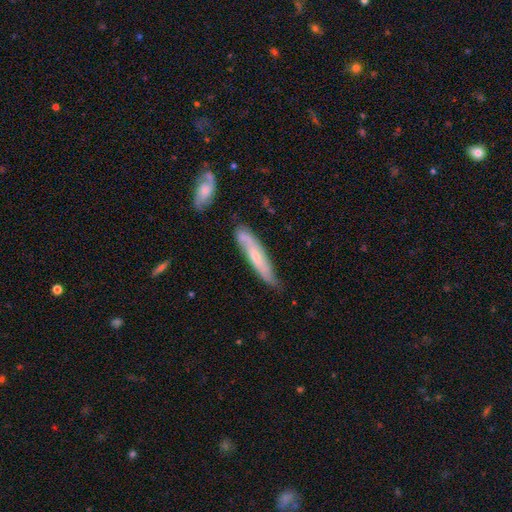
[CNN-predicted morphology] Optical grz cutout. It shows a featured or disk galaxy (54%) viewed edge-on (53%). Merging: none (66%).